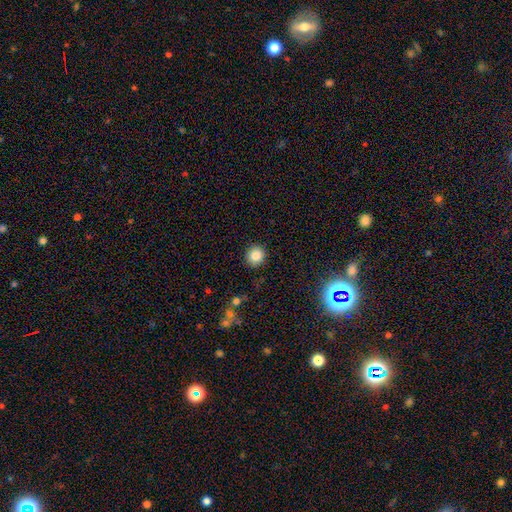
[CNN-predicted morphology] smooth 84%, star or artifact 10%, featured or disk 6%. Down the decision tree: how rounded — round (91%); merging — none (91%).